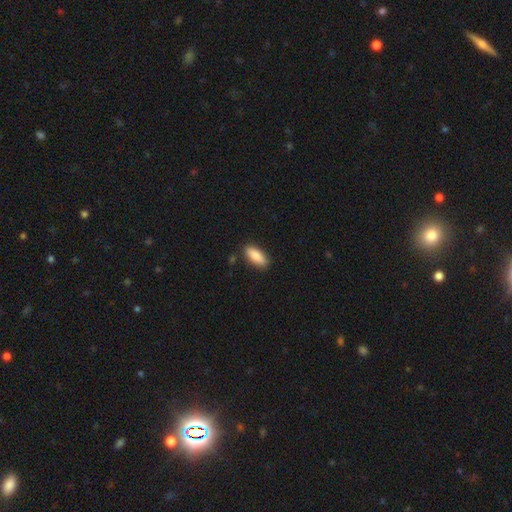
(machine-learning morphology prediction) Smooth or featured?
  - smooth: 87% *
  - featured or disk: 7%
  - star or artifact: 6%
How rounded?
  - in between: 75% *
  - cigar-shaped: 23%
  - round: 2%
Merging?
  - none: 87% *
  - minor disturbance: 10%
  - major disturbance: 2%
  - merger: 2%